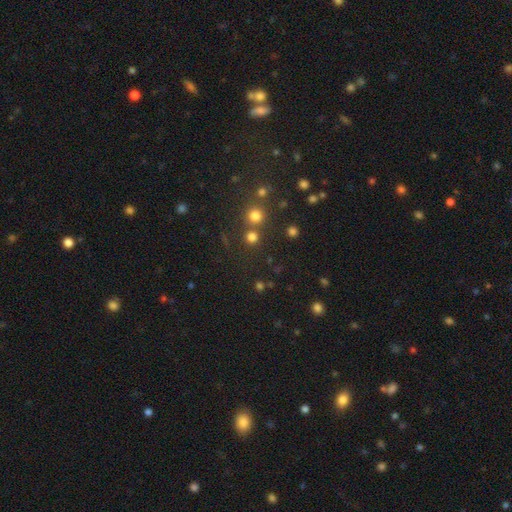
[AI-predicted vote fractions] Smooth or featured?
  - star or artifact: 57% *
  - smooth: 32%
  - featured or disk: 11%